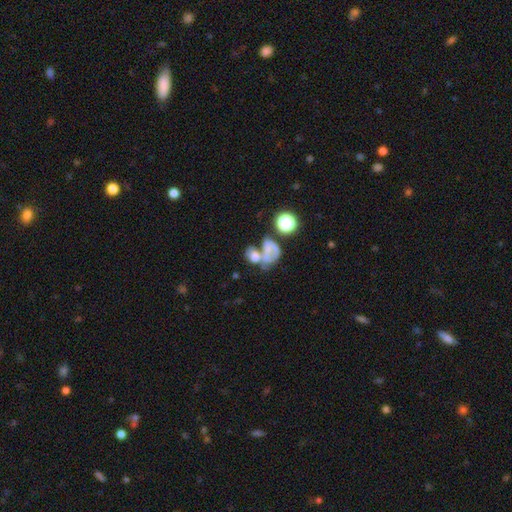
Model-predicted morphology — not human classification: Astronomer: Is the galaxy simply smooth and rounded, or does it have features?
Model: smooth — 51% (runner-up: featured or disk, 34%).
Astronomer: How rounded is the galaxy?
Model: in between — 61% (runner-up: round, 37%).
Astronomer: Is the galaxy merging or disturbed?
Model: merger — 55%.